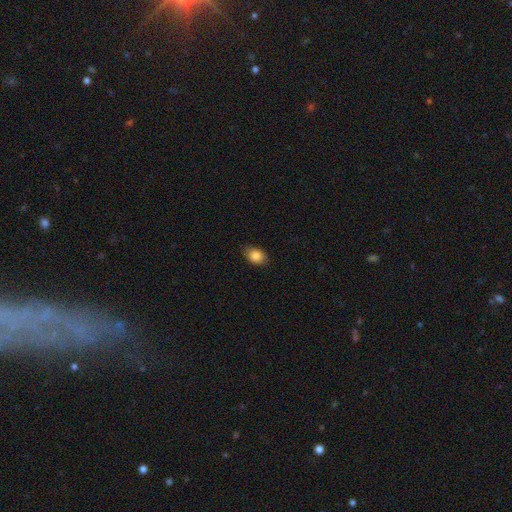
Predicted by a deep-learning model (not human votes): Q: Smooth or featured?
A: smooth (86%); runner-up: star or artifact (8%)
Q: How rounded?
A: in between (76%); runner-up: round (23%)
Q: Merging?
A: none (82%); runner-up: minor disturbance (14%)